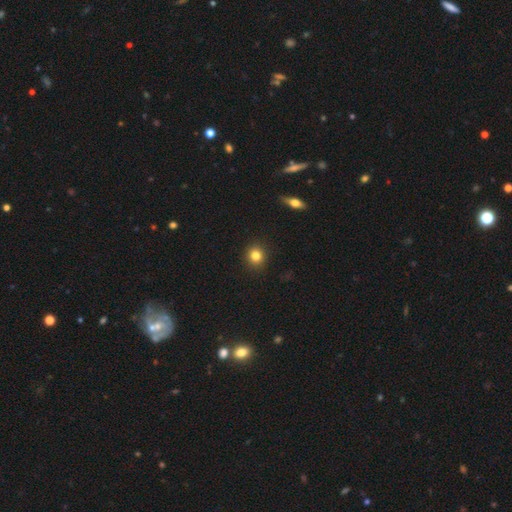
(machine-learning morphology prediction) Smooth or featured?
  - smooth: 82% *
  - star or artifact: 11%
  - featured or disk: 7%
How rounded?
  - round: 87% *
  - in between: 12%
  - cigar-shaped: 1%
Merging?
  - none: 91% *
  - minor disturbance: 6%
  - major disturbance: 2%
  - merger: 1%